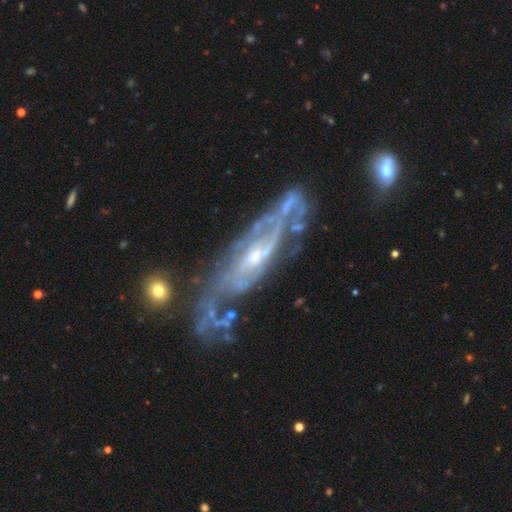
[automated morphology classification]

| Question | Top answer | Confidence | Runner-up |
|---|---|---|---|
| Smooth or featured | featured or disk | 87% | smooth (7%) |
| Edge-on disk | no | 83% | yes (17%) |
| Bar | no | 47% | weak (39%) |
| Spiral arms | yes | 91% | no (9%) |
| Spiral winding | medium | 43% | tight (38%) |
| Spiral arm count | can't tell | 35% | tied: 2 (35%) |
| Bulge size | small | 50% | moderate (42%) |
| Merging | none | 51% | minor disturbance (22%) |